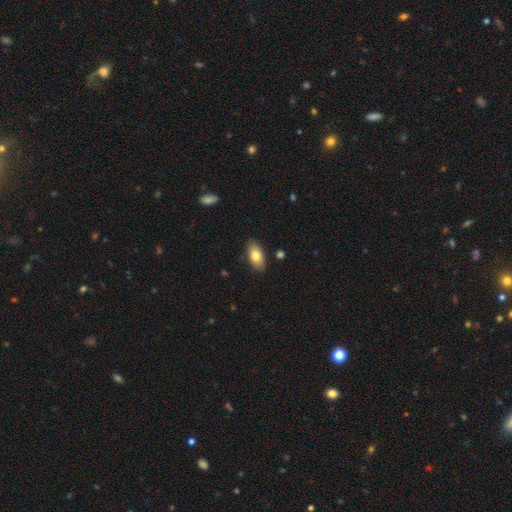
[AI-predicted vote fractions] Smooth or featured: smooth — 79% (featured or disk — 15%)
How rounded: in between — 91% (cigar-shaped — 6%)
Merging: none — 86% (minor disturbance — 10%)